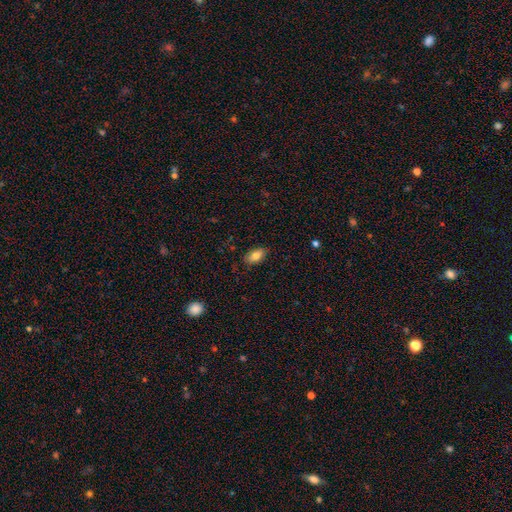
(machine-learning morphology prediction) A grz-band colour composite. It shows a smooth galaxy with no disk features (81%) that is in between round and cigar-shaped (91%). Merging: none (84%).